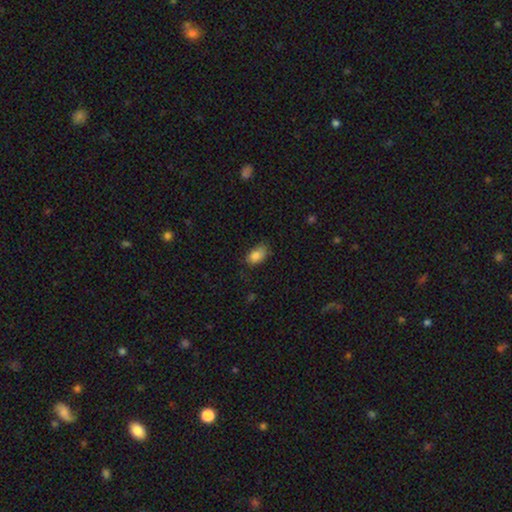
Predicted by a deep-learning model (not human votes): smooth_or_featured: smooth (p=0.85) [alt: star or artifact p=0.09]
how_rounded: in between (p=0.89) [alt: round p=0.09]
merging: none (p=0.63) [alt: minor disturbance p=0.29]